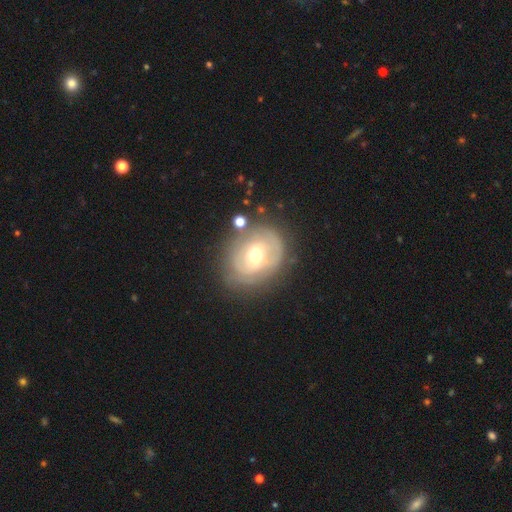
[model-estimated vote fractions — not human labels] Smooth or featured?
  - featured or disk: 67% *
  - smooth: 26%
  - star or artifact: 7%
Edge-on disk?
  - no: 96% *
  - yes: 4%
Bar?
  - no: 50% *
  - weak: 38%
  - strong: 12%
Spiral arms?
  - yes: 70% *
  - no: 30%
Bulge size?
  - moderate: 62% *
  - small: 31%
  - large: 5%
  - dominant: 1%
  - none: 1%
Merging?
  - none: 67% *
  - minor disturbance: 19%
  - major disturbance: 9%
  - merger: 5%